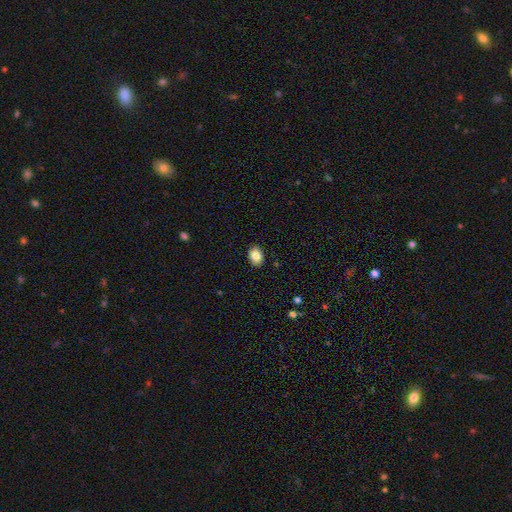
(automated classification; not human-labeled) This is clearly a smooth galaxy (86%). How rounded: likely in between (68%). Merging: clearly none (88%).